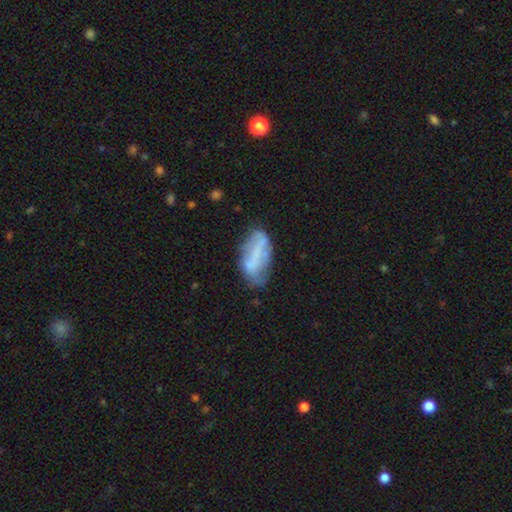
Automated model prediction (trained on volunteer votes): This is possibly a smooth galaxy (47%). Merging: possibly none (47%).